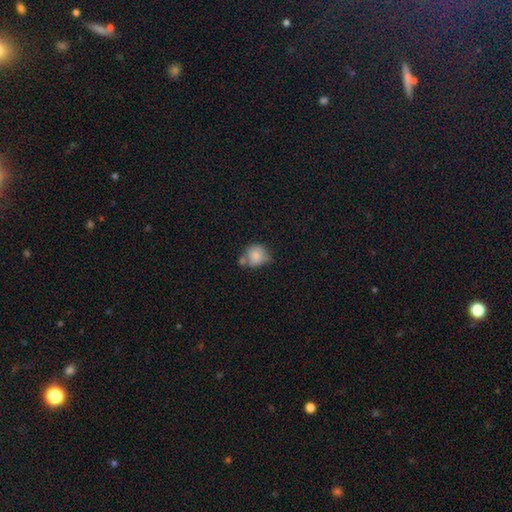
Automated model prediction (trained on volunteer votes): Overall: smooth (82%). How rounded: round (81%). Merging: none (43%; merger 29%).